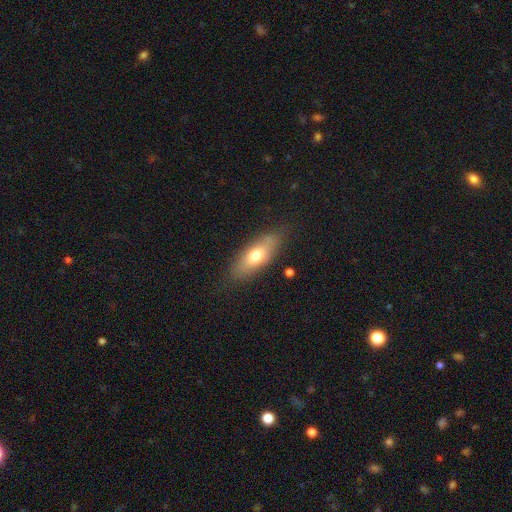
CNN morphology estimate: Q: Smooth or featured?
A: smooth (66%); runner-up: featured or disk (27%)
Q: How rounded?
A: in between (73%); runner-up: cigar-shaped (24%)
Q: Merging?
A: none (77%); runner-up: minor disturbance (16%)